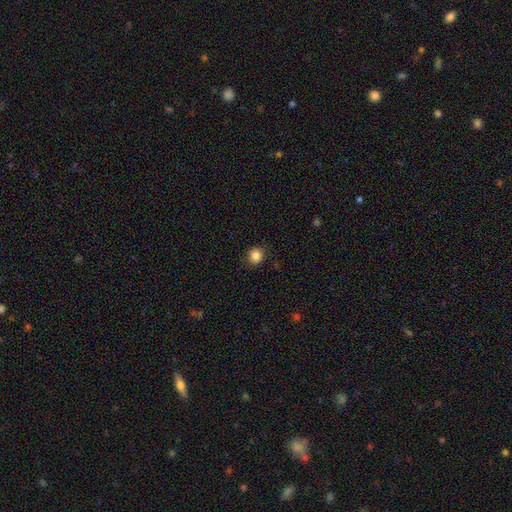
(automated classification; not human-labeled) smooth-or-featured: smooth: 85% | star or artifact: 11% | featured or disk: 4%
  how-rounded: round: 86% | in between: 13% | cigar-shaped: 1%
  merging: none: 89% | minor disturbance: 8% | major disturbance: 2% | merger: 1%